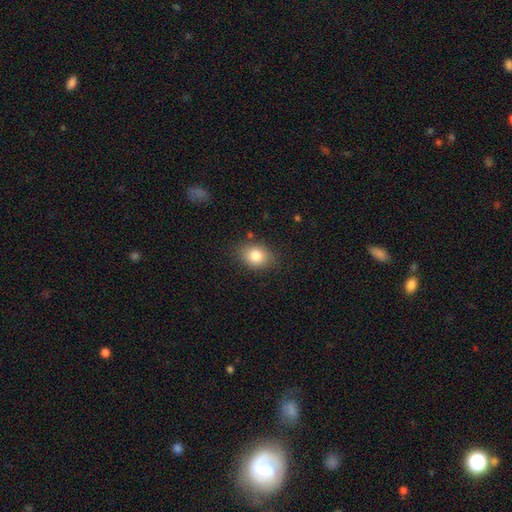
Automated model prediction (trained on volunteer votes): smooth-or-featured: smooth: 82% | star or artifact: 9% | featured or disk: 9%
  how-rounded: in between: 62% | round: 37% | cigar-shaped: 1%
  merging: none: 82% | minor disturbance: 14% | major disturbance: 3% | merger: 2%